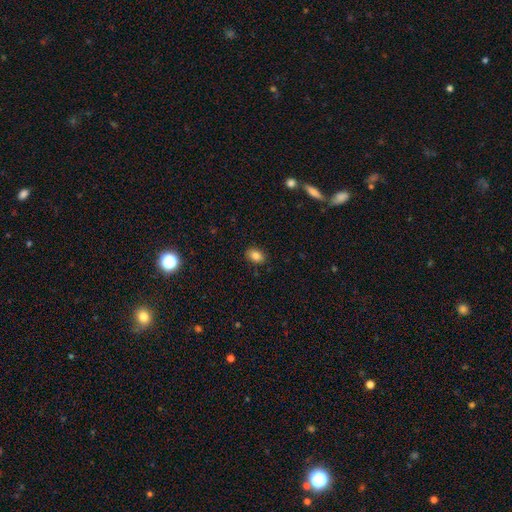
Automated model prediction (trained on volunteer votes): A smooth galaxy with no disk features (84%) that is in between round and cigar-shaped (84%). Merging: none (87%).